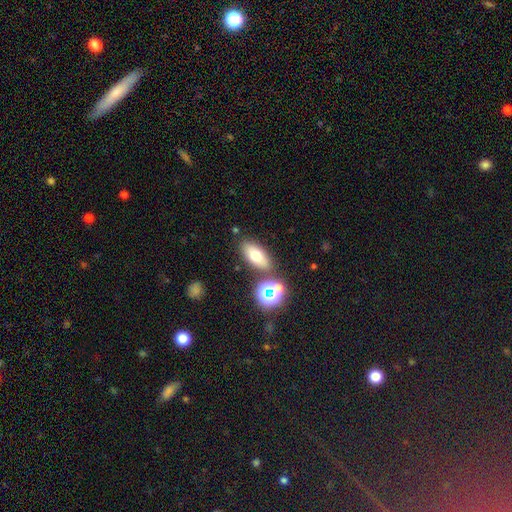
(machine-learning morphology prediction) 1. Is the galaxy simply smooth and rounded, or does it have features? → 66% smooth, 19% featured or disk, 15% star or artifact.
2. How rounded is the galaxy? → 79% in between, 12% cigar-shaped, 10% round.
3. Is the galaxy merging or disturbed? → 79% none, 10% minor disturbance, 8% merger, 3% major disturbance.